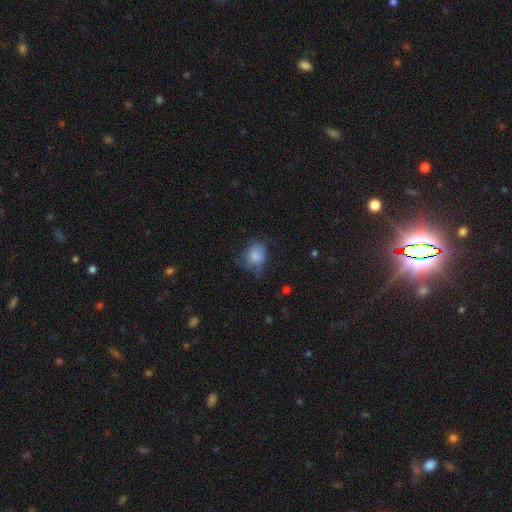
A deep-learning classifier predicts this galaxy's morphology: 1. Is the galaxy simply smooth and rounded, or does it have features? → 77% smooth, 13% featured or disk, 10% star or artifact.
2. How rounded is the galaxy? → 53% round, 46% in between, 1% cigar-shaped.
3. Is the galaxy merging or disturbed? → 45% none, 34% minor disturbance, 19% major disturbance, 2% merger.